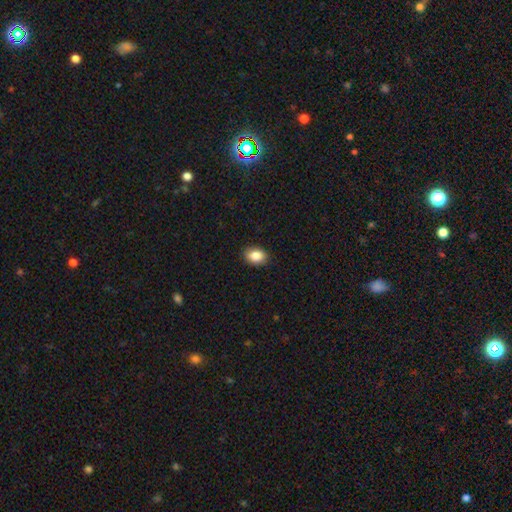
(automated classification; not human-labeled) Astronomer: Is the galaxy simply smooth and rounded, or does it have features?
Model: smooth — 86%.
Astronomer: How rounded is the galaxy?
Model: in between — 78%.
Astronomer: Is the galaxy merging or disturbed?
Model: none — 89%.